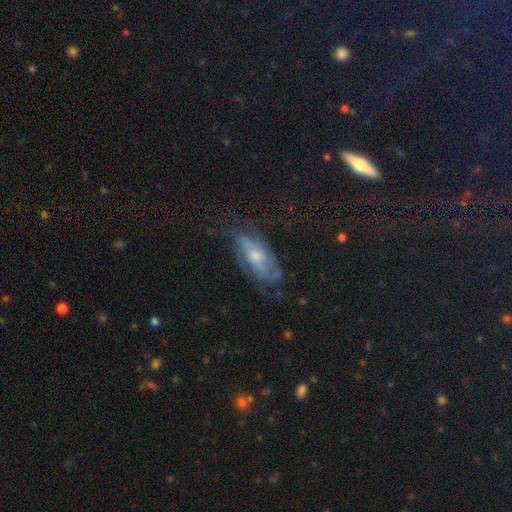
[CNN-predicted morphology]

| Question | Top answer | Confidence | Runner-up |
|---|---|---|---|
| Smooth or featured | featured or disk | 67% | smooth (22%) |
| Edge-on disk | no | 88% | yes (12%) |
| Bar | no | 66% | weak (28%) |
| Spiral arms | yes | 84% | no (16%) |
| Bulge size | moderate | 49% | small (40%) |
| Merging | none | 64% | minor disturbance (22%) |